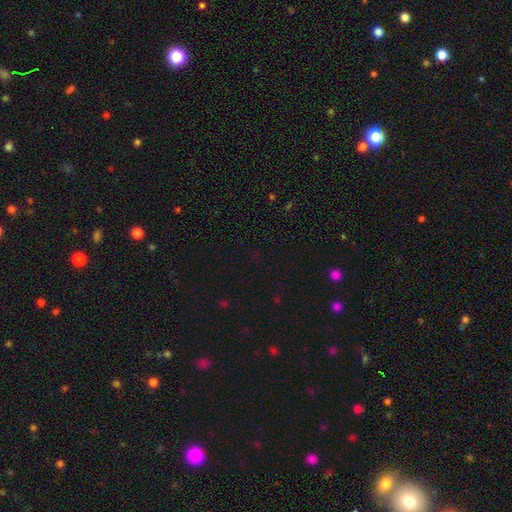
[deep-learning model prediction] smooth_or_featured: star or artifact (p=0.70) [alt: smooth p=0.24]